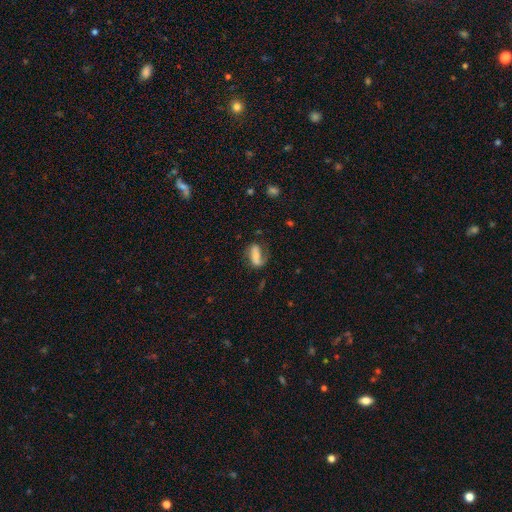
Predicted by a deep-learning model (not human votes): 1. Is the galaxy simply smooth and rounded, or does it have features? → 52% smooth, 39% featured or disk, 9% star or artifact.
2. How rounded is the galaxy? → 73% in between, 22% cigar-shaped, 6% round.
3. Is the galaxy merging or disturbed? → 49% none, 25% minor disturbance, 22% major disturbance, 4% merger.